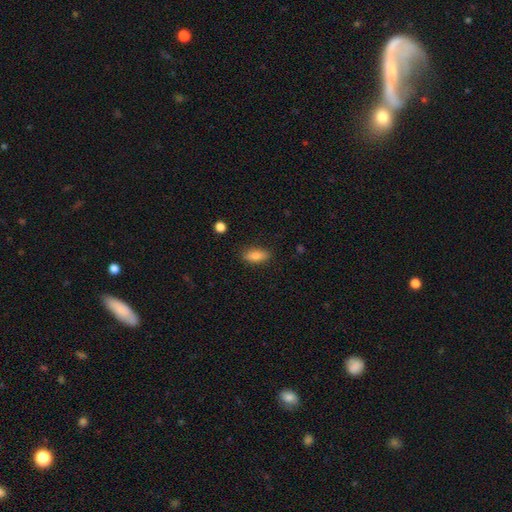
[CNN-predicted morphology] Smooth or featured: smooth — 84% (featured or disk — 8%)
How rounded: in between — 79% (cigar-shaped — 18%)
Merging: none — 86% (minor disturbance — 10%)